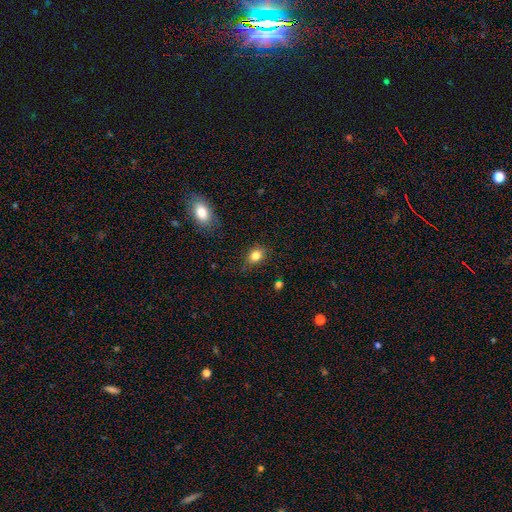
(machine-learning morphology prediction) Overall: smooth (83%). How rounded: in between (57%; round 41%). Merging: none (79%).